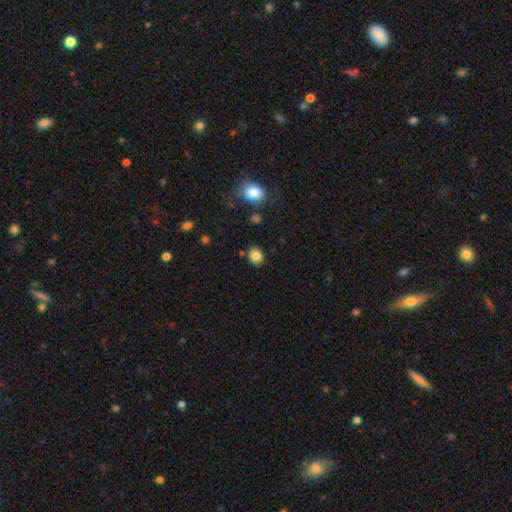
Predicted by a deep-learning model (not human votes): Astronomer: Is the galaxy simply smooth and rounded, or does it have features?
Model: smooth — 84%.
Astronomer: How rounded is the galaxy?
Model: round — 61% (runner-up: in between, 38%).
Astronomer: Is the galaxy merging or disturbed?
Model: none — 84%.